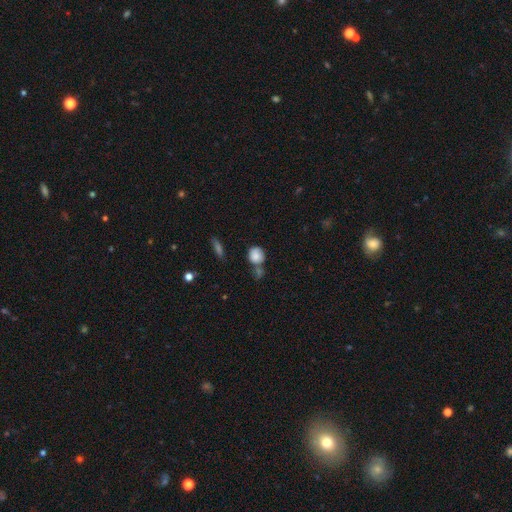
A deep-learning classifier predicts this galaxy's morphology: A smooth galaxy with no disk features (83%) that is round (79%).

Vote fractions:
- Smooth or featured? smooth: 83% / star or artifact: 9% / featured or disk: 8%
- How rounded? round: 79% / in between: 20% / cigar-shaped: 2%
- Merging? none: 54% / merger: 25% / minor disturbance: 16% / major disturbance: 5%